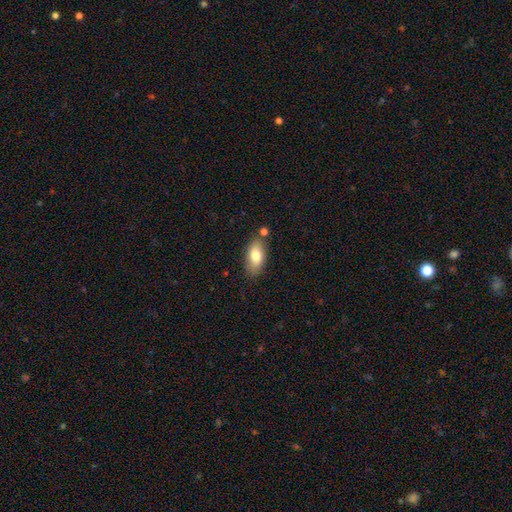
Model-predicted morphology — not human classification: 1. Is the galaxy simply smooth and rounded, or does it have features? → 78% smooth, 15% featured or disk, 7% star or artifact.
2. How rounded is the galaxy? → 89% in between, 7% cigar-shaped, 4% round.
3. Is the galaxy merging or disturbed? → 77% none, 14% minor disturbance, 6% merger, 3% major disturbance.